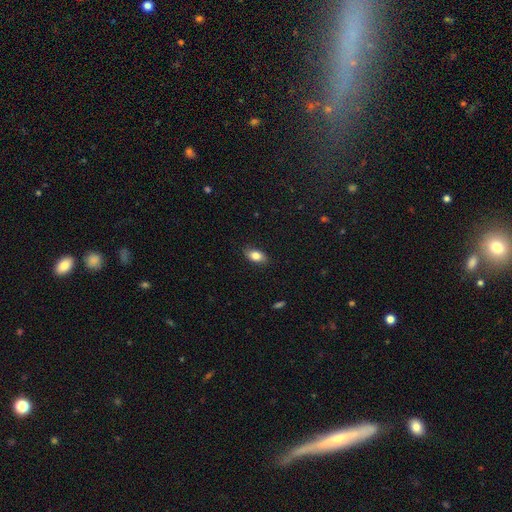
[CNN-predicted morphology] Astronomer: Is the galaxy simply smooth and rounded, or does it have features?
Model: smooth — 82%.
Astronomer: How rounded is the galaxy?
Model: in between — 89%.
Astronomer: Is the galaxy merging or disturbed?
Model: none — 84%.